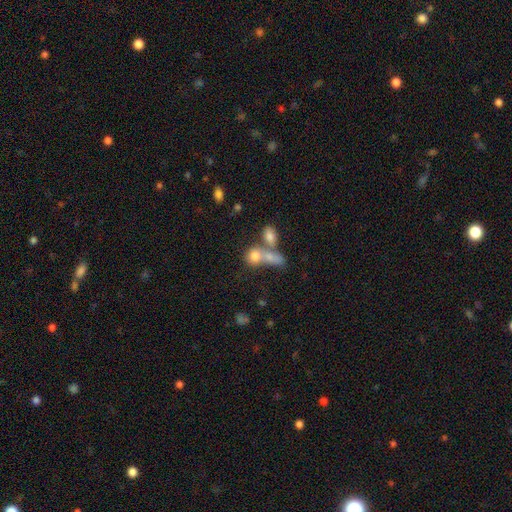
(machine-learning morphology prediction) smooth_or_featured: smooth (p=0.71) [alt: featured or disk p=0.17]
how_rounded: round (p=0.54) [alt: in between p=0.41]
merging: merger (p=0.54) [alt: none p=0.31]